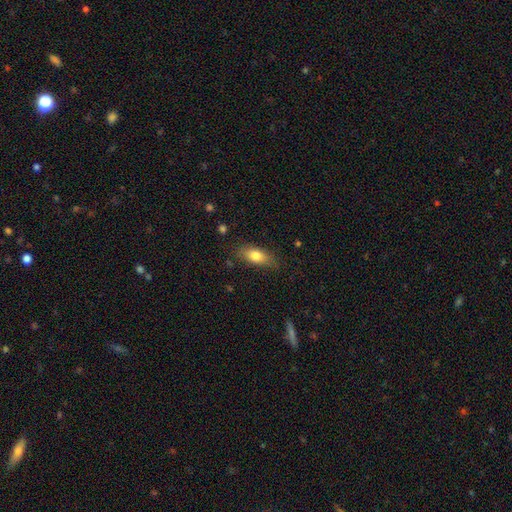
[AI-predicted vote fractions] Smooth or featured? smooth (77%)
How rounded? in between (79%)
Merging? none (76%)